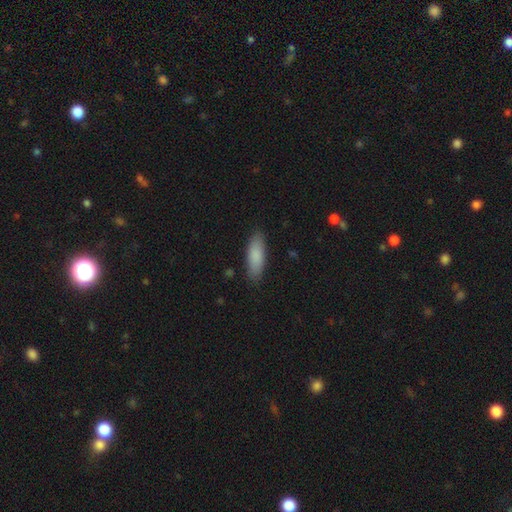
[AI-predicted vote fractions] Smooth or featured?
  - smooth: 86% *
  - featured or disk: 8%
  - star or artifact: 6%
How rounded?
  - in between: 59% *
  - cigar-shaped: 39%
  - round: 2%
Merging?
  - none: 86% *
  - minor disturbance: 11%
  - major disturbance: 2%
  - merger: 1%